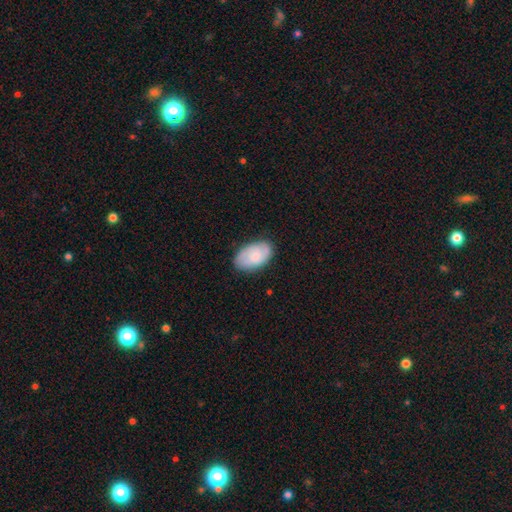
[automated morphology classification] smooth-or-featured: smooth: 68% | featured or disk: 26% | star or artifact: 6%
  how-rounded: in between: 93% | round: 5% | cigar-shaped: 1%
  merging: none: 80% | minor disturbance: 16% | major disturbance: 3% | merger: 1%